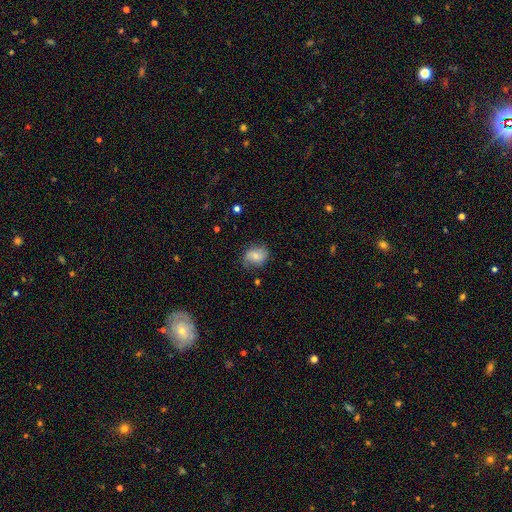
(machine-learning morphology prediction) smooth 51%, featured or disk 40%, star or artifact 8%. Down the decision tree: how rounded — in between (54%); merging — none (64%).